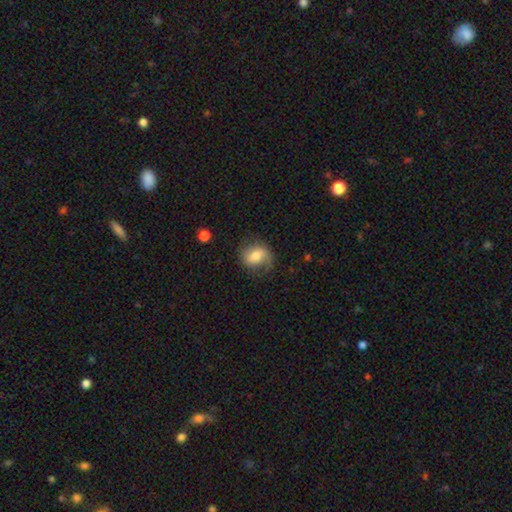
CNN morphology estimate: type=smooth (50%); roundness=round (50%); merging=none (62%).